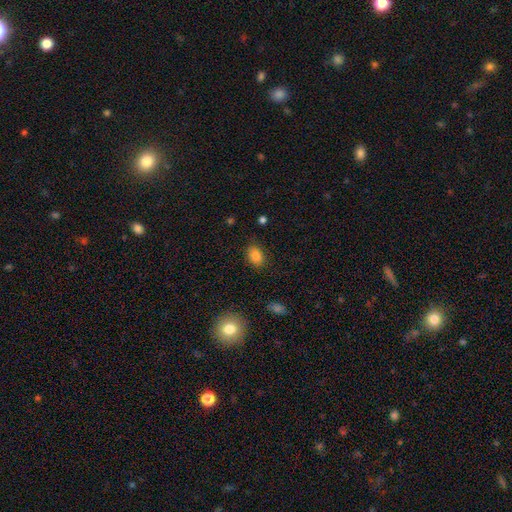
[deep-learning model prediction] The model was most divided on "how rounded": in between: 75%, round: 24%, cigar-shaped: 1%. More confident: smooth or featured — smooth (84%); merging — none (82%).